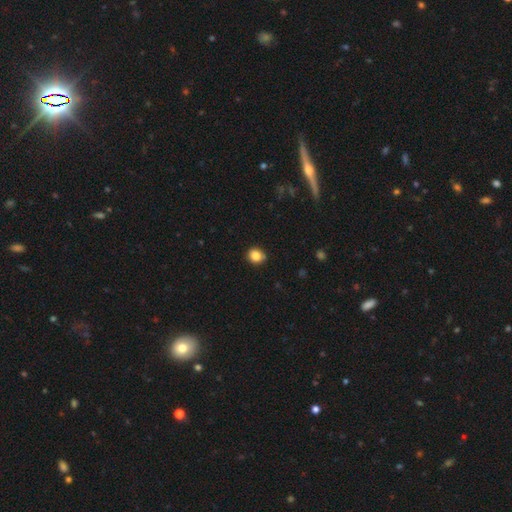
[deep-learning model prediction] Smooth or featured? smooth (85%)
How rounded? round (79%)
Merging? none (84%)